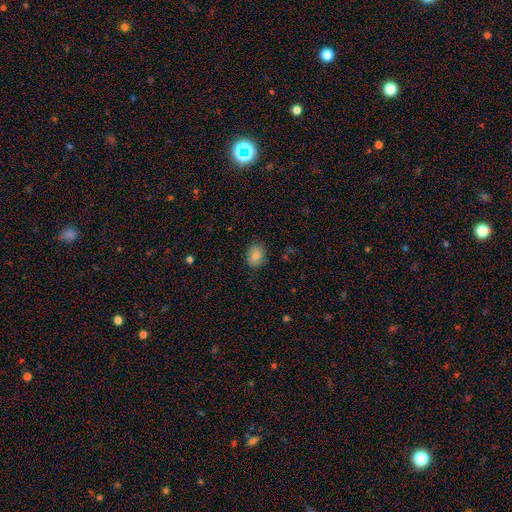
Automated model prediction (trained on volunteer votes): smooth 81%, featured or disk 10%, star or artifact 9%. Down the decision tree: how rounded — round (53%); merging — none (83%).